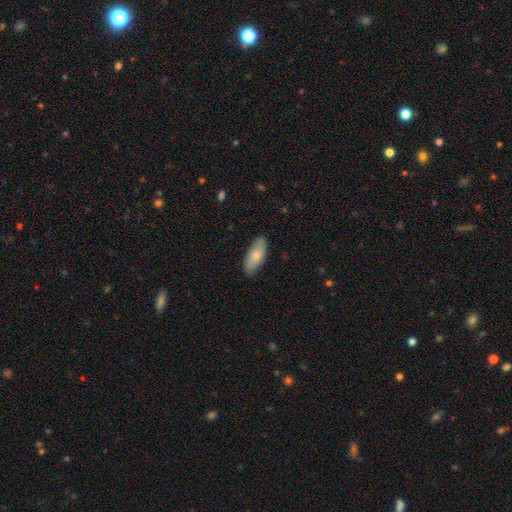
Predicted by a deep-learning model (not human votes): Overall: smooth (77%). How rounded: in between (83%). Merging: none (85%).